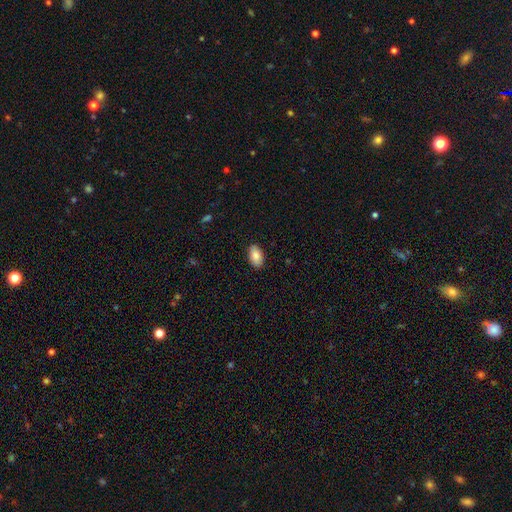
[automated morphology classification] This appears to be a smooth galaxy with no disk features (86%) that is in between round and cigar-shaped (93%). Merging: none (89%).